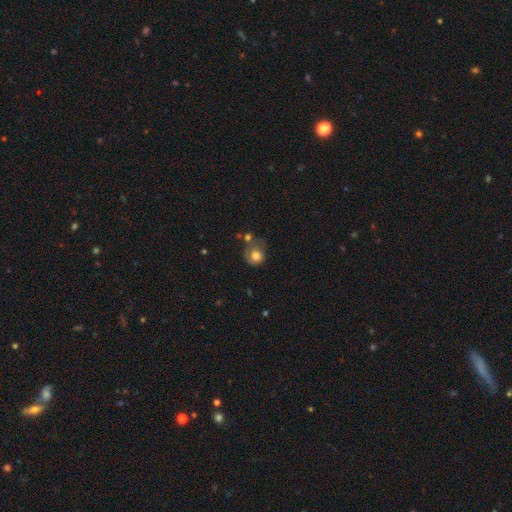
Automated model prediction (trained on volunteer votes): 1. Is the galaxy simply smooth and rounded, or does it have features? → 73% smooth, 18% featured or disk, 9% star or artifact.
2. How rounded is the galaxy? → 76% round, 24% in between, 1% cigar-shaped.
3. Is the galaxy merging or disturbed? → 41% none, 27% minor disturbance, 18% major disturbance, 13% merger.